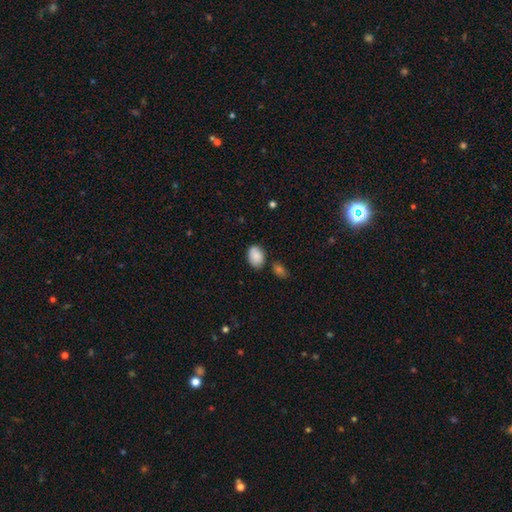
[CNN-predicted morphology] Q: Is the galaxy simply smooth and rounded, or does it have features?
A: smooth — 87%.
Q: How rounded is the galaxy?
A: in between — 81%.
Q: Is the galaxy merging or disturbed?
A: none — 70%.